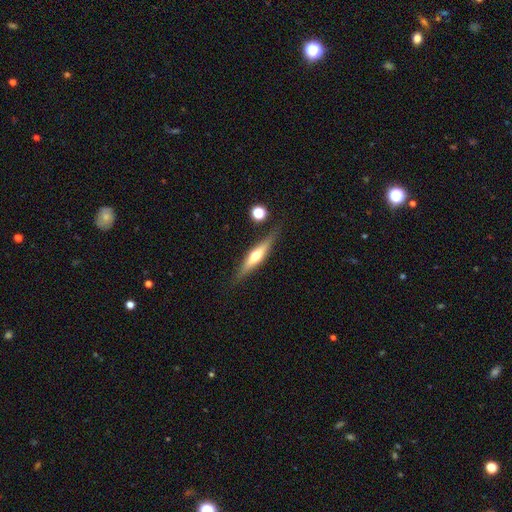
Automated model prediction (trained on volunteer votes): Smooth or featured? featured or disk (58%)
Edge-on disk? yes (94%)
Edge-on bulge? rounded (89%)
Merging? none (83%)